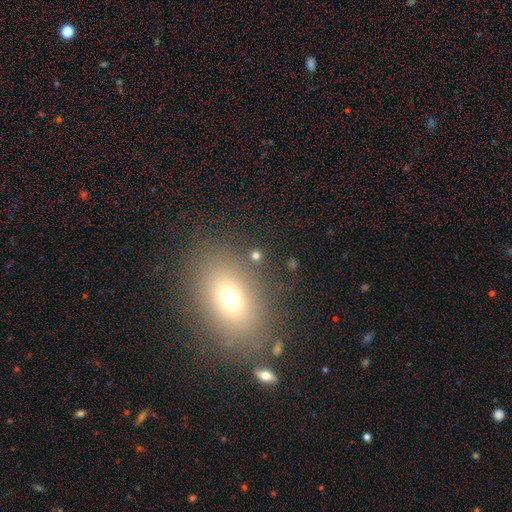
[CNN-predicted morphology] Overall: smooth (67%). How rounded: round (70%). Merging: none (80%).